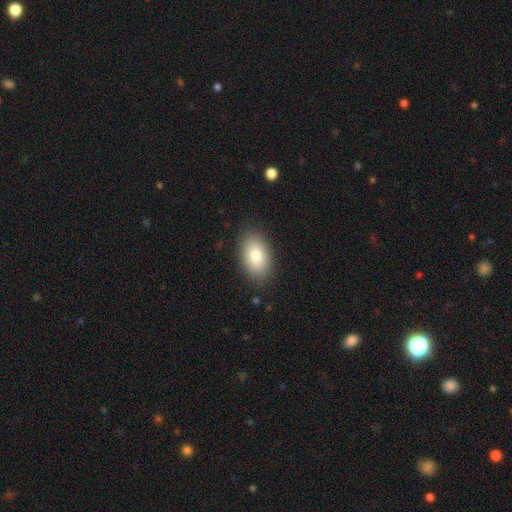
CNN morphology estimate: Overall: smooth (82%). How rounded: in between (92%). Merging: none (86%).